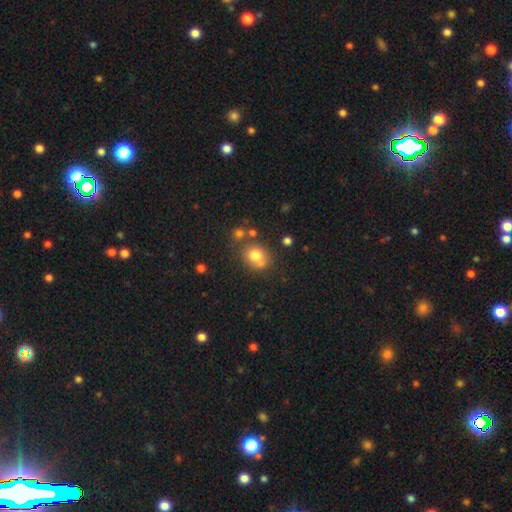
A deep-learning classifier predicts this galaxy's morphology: type=smooth (75%); roundness=round (70%); merging=none (57%).